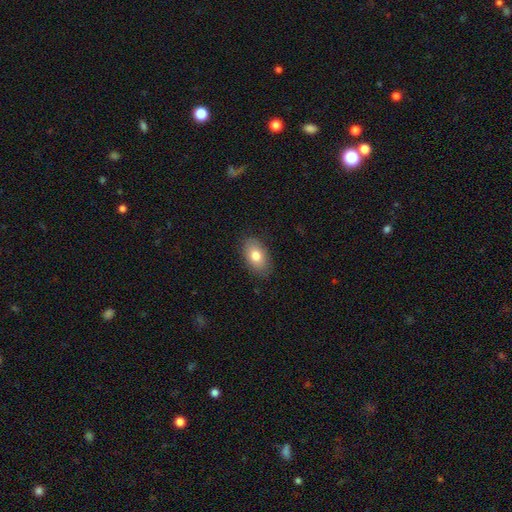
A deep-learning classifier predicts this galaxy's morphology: smooth-or-featured: smooth: 78% | featured or disk: 15% | star or artifact: 8%
  how-rounded: in between: 91% | round: 7% | cigar-shaped: 2%
  merging: none: 86% | minor disturbance: 11% | major disturbance: 2% | merger: 1%